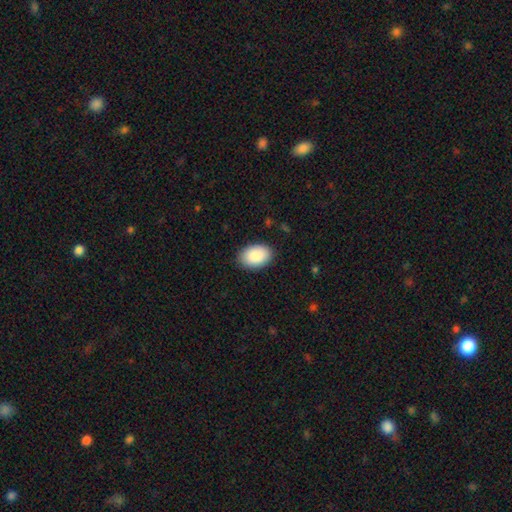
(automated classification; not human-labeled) Smooth or featured? Predicted: smooth (p=0.90). How rounded? Predicted: in between (p=0.89). Merging? Predicted: none (p=0.87).